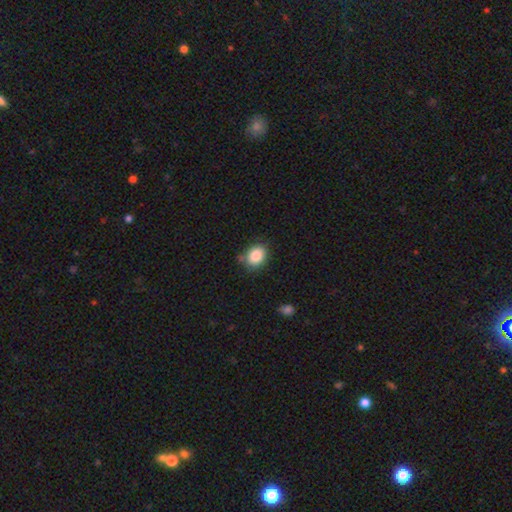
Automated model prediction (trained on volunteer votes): A smooth galaxy with no disk features (86%) that is in between round and cigar-shaped (59%). Merging: none (75%).